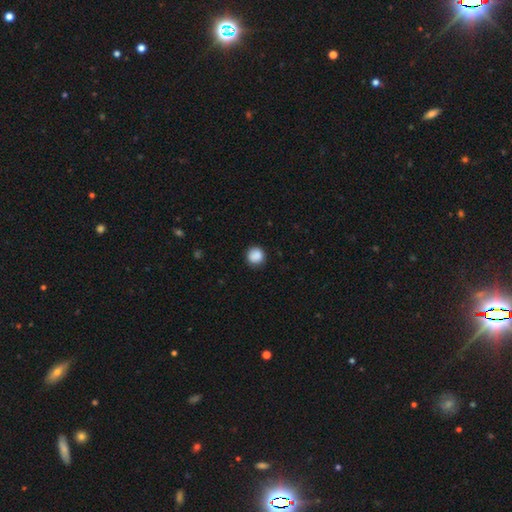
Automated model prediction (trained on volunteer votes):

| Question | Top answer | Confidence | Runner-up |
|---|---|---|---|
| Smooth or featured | smooth | 88% | star or artifact (9%) |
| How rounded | round | 93% | in between (6%) |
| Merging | none | 88% | minor disturbance (9%) |